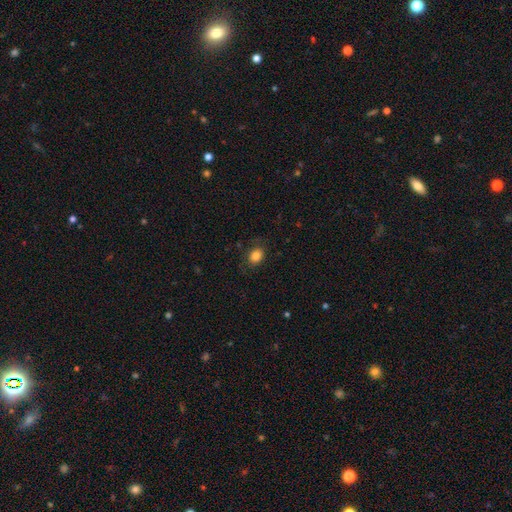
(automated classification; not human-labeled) This appears to be a smooth galaxy with no disk features (84%) that is in between round and cigar-shaped (51%). Merging: none (80%).